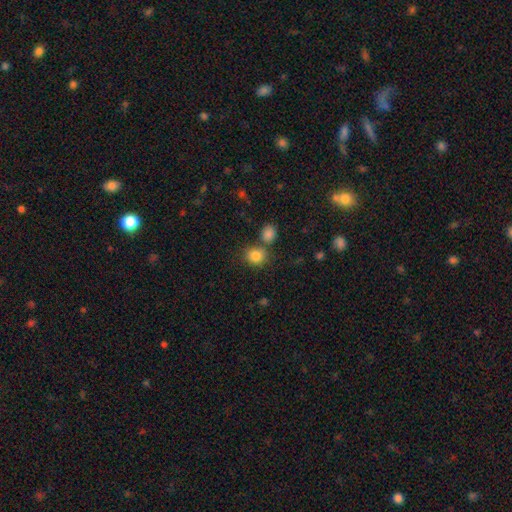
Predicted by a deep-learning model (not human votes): Morphology: type=smooth (84%); roundness=round (77%); merging=none (63%).